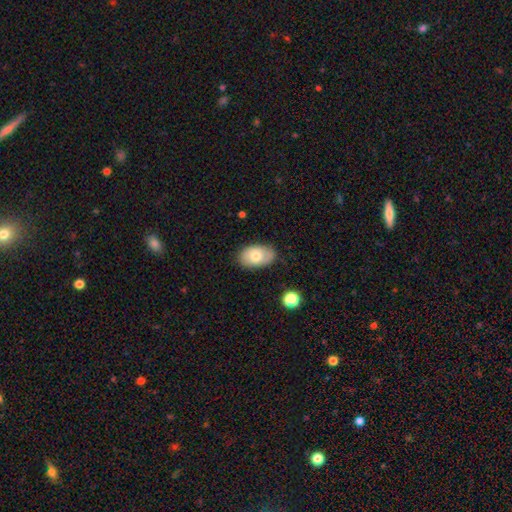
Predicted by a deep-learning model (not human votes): This appears to be a smooth galaxy with no disk features (69%) that is in between round and cigar-shaped (91%). Merging: none (80%).